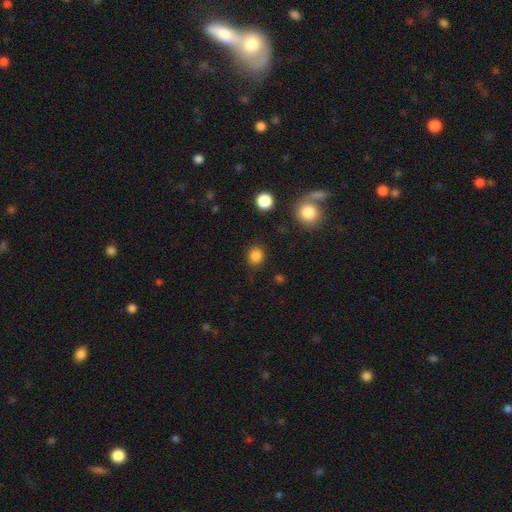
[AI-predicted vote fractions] smooth 85%, star or artifact 12%, featured or disk 4%. Down the decision tree: how rounded — round (82%); merging — none (89%).